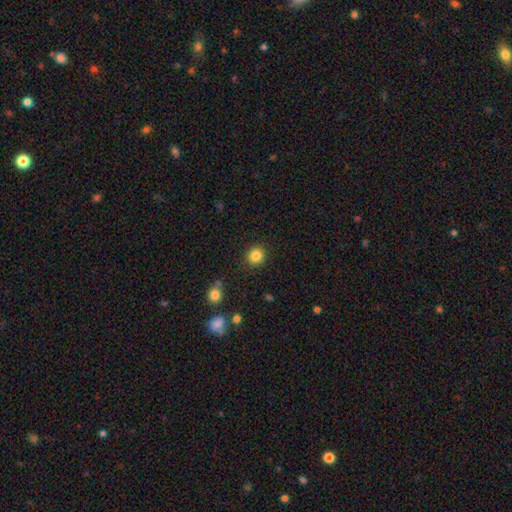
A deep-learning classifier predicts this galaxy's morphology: A smooth galaxy with no disk features (85%) that is round (90%). Merging: none (89%).